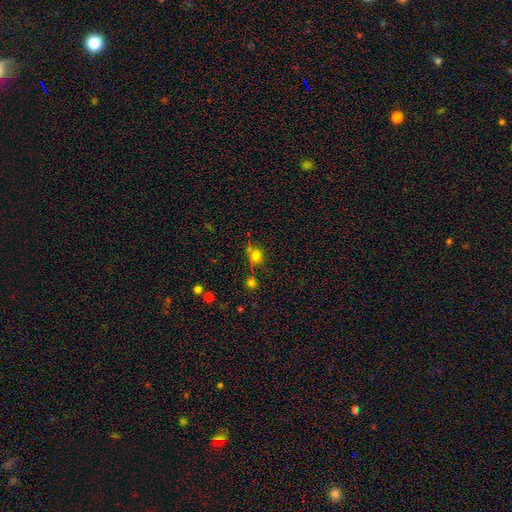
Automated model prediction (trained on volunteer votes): The model was most divided on "smooth or featured": smooth: 64%, star or artifact: 26%, featured or disk: 9%. More confident: how rounded — round (75%); merging — none (65%).